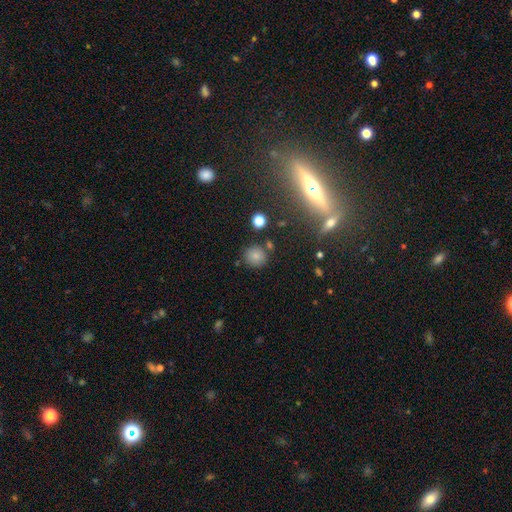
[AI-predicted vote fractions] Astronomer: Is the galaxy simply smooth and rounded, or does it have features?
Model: smooth — 77%.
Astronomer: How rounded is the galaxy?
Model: round — 88%.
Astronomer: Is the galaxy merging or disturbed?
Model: none — 81%.